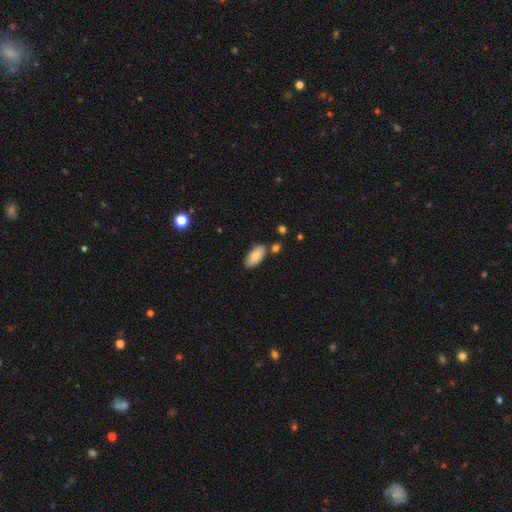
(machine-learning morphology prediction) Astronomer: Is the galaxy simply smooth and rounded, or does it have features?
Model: smooth — 81%.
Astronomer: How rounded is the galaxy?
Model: in between — 92%.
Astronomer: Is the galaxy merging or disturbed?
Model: none — 79%.